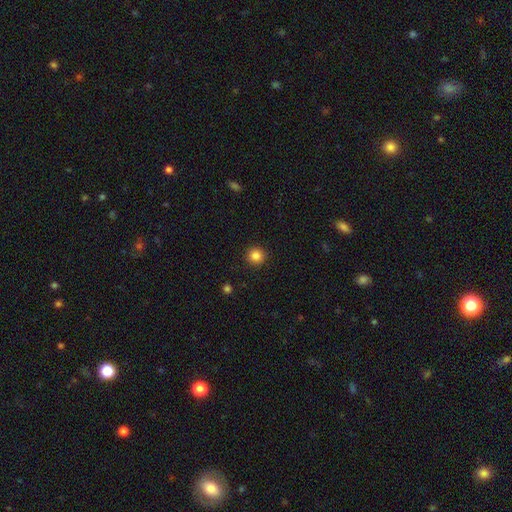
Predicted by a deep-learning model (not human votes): This appears to be a smooth galaxy with no disk features (85%) that is round (94%). Merging: none (92%).